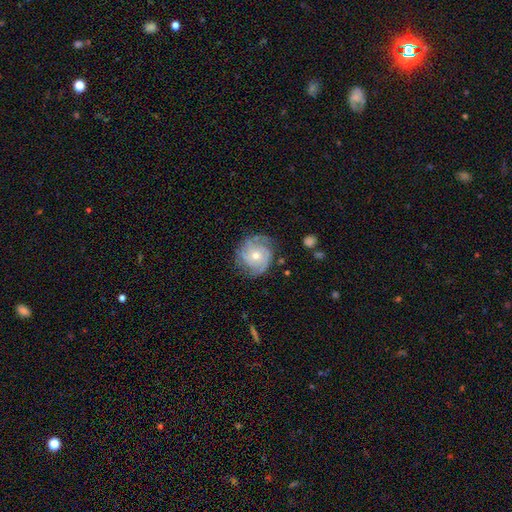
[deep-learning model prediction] Overall: featured or disk (76%). Edge-on disk: no (98%). Bar: no (75%). Spiral arms: yes (92%). Spiral arm count: 2 (37%; can't tell 25%). Spiral winding: tight (55%; medium 35%). Bulge size: moderate (57%; small 38%). Merging: none (72%).